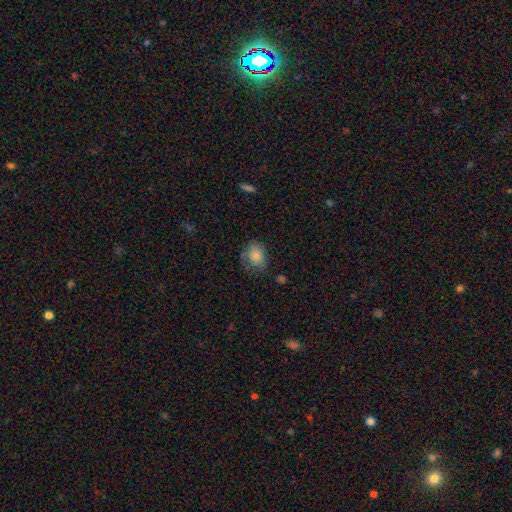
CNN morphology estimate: smooth-or-featured: smooth: 82% | featured or disk: 9% | star or artifact: 9%
  how-rounded: in between: 53% | round: 46% | cigar-shaped: 1%
  merging: none: 55% | minor disturbance: 29% | major disturbance: 13% | merger: 2%